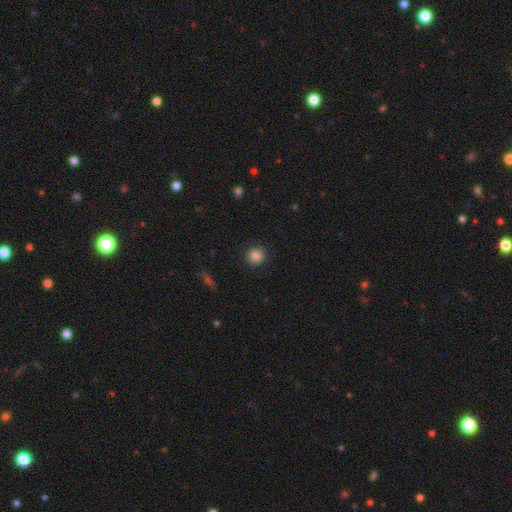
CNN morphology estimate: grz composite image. It shows a smooth galaxy with no disk features (85%) that is round (90%). Merging: none (89%).